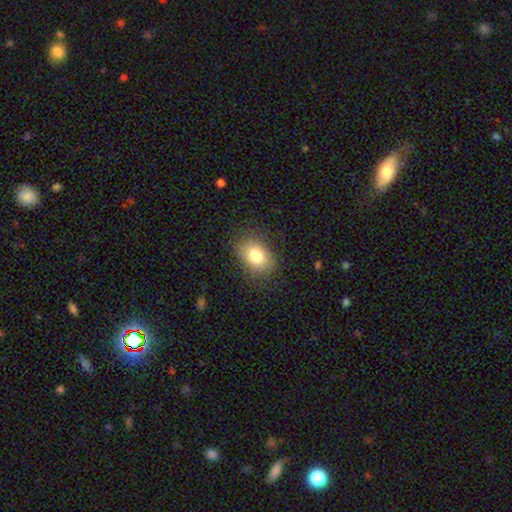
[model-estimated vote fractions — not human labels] A smooth galaxy with no disk features (81%) that is in between round and cigar-shaped (74%). Merging: none (82%).